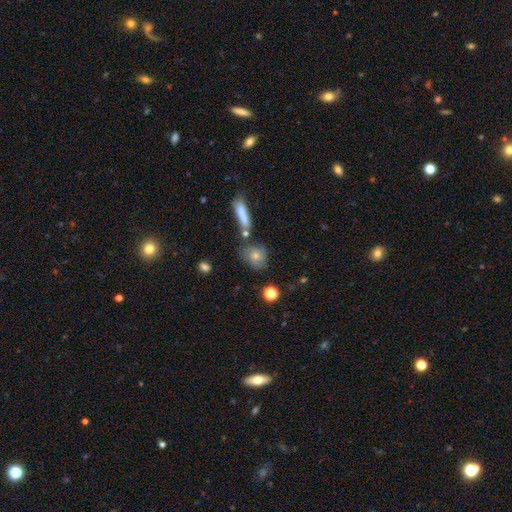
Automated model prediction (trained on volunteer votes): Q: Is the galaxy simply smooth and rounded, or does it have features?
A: smooth — 68%.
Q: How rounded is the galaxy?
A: round — 58%.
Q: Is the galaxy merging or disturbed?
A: none — 58%.